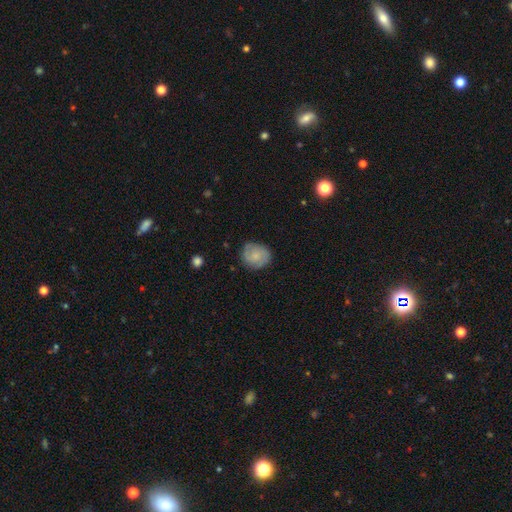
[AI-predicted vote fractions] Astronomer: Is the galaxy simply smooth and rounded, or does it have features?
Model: smooth — 59%.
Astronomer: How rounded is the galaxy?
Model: round — 78%.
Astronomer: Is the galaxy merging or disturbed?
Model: none — 79%.